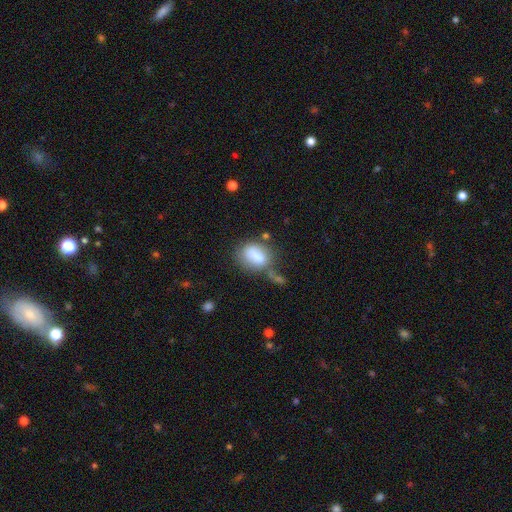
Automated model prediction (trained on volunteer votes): A smooth galaxy with no disk features (76%) that is in between round and cigar-shaped (70%).

Vote fractions:
- Smooth or featured? smooth: 76% / featured or disk: 15% / star or artifact: 9%
- How rounded? in between: 70% / round: 27% / cigar-shaped: 3%
- Merging? none: 38% / minor disturbance: 23% / merger: 23% / major disturbance: 16%